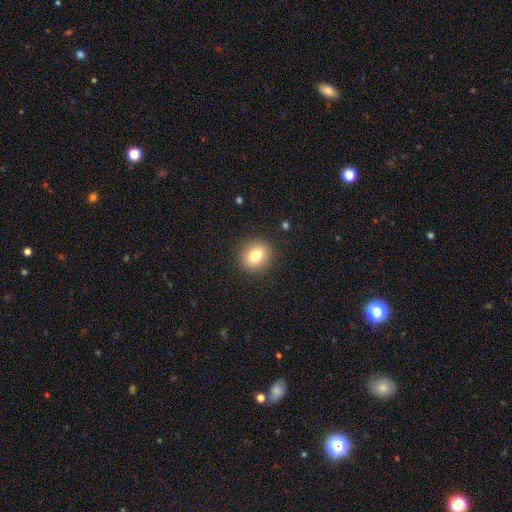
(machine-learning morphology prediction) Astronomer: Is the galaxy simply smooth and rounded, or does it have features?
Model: smooth — 80%.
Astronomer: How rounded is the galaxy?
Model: round — 72%.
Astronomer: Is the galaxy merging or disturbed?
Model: none — 89%.